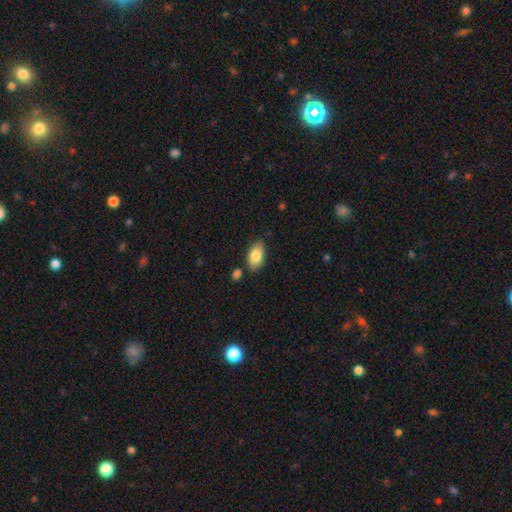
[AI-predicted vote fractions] A smooth galaxy with no disk features (83%) that is in between round and cigar-shaped (93%).

Vote fractions:
- Smooth or featured? smooth: 83% / featured or disk: 11% / star or artifact: 7%
- How rounded? in between: 93% / round: 4% / cigar-shaped: 2%
- Merging? none: 79% / minor disturbance: 13% / merger: 5% / major disturbance: 3%